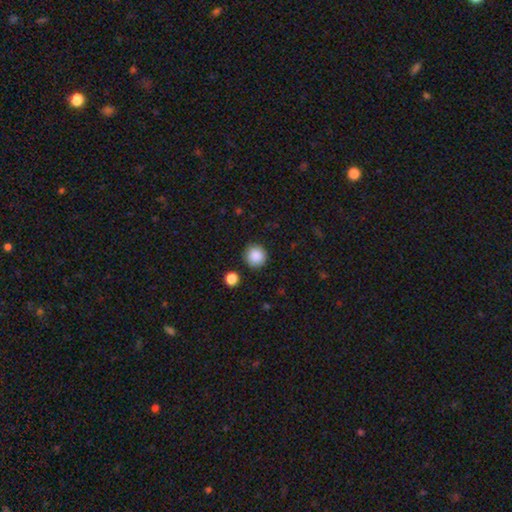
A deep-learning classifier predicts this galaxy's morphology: Smooth or featured?
  - smooth: 88% *
  - star or artifact: 9%
  - featured or disk: 3%
How rounded?
  - round: 94% *
  - in between: 5%
  - cigar-shaped: 1%
Merging?
  - none: 89% *
  - minor disturbance: 7%
  - major disturbance: 2%
  - merger: 2%